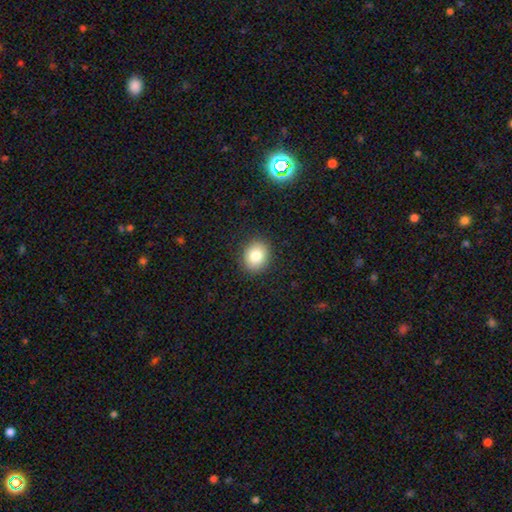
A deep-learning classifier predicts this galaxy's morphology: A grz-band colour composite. It shows a smooth galaxy with no disk features (82%) that is round (61%). Merging: none (90%).